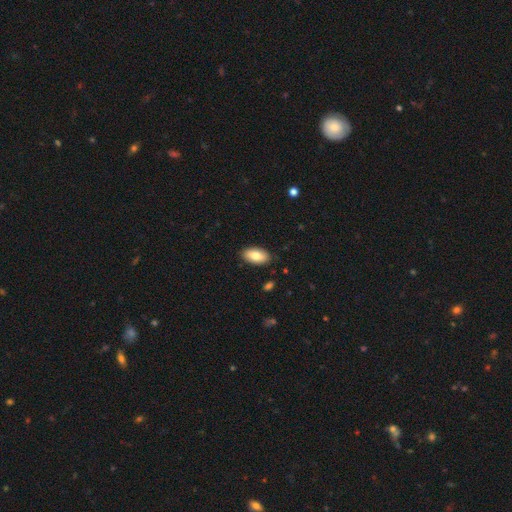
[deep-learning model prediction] smooth 80%, featured or disk 13%, star or artifact 7%. Down the decision tree: how rounded — in between (94%); merging — none (88%).